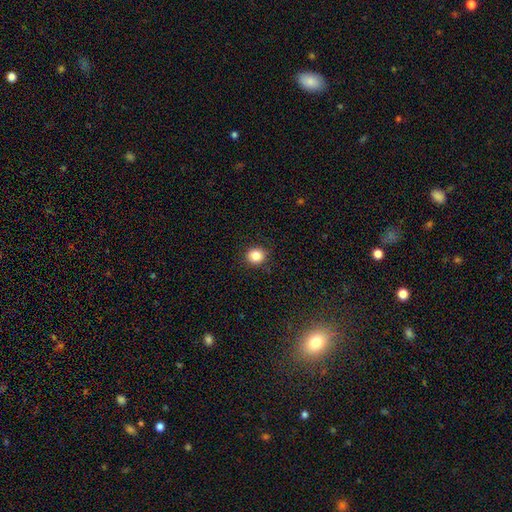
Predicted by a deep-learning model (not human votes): smooth 85%, star or artifact 11%, featured or disk 5%. Down the decision tree: how rounded — round (88%); merging — none (91%).